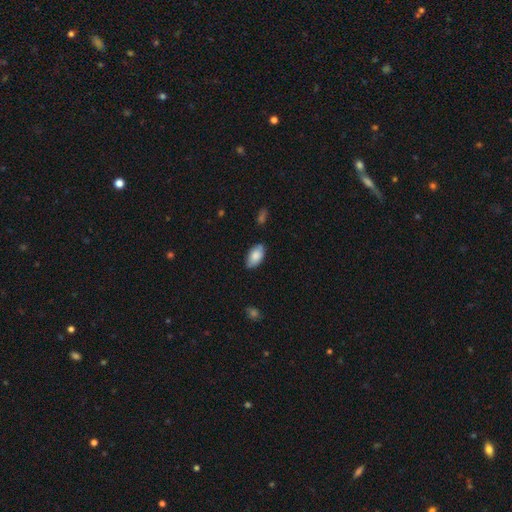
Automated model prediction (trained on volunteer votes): smooth 83%, featured or disk 10%, star or artifact 6%. Down the decision tree: how rounded — in between (94%); merging — none (77%).